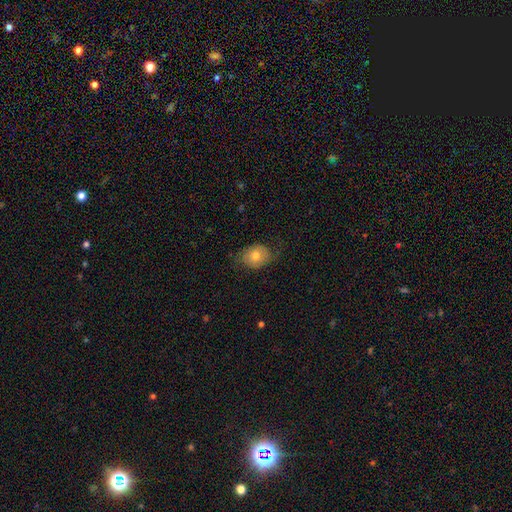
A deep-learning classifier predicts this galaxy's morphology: This is likely a smooth galaxy (69%). How rounded: possibly in between (56%). Merging: likely none (64%).